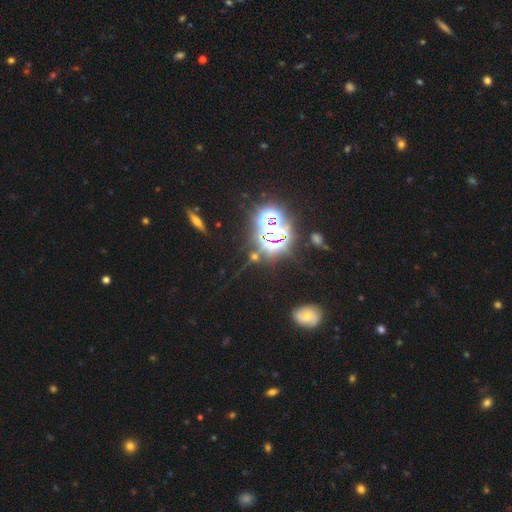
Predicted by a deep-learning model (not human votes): smooth-or-featured: star or artifact: 72% | smooth: 15% | featured or disk: 13%